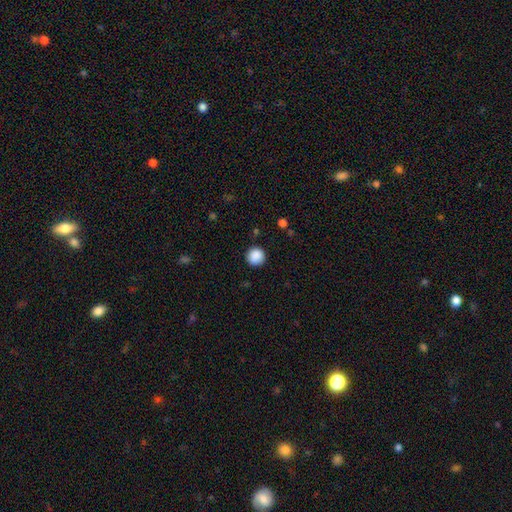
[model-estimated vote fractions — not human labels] smooth_or_featured: smooth (p=0.89) [alt: star or artifact p=0.09]
how_rounded: round (p=0.94) [alt: in between p=0.05]
merging: none (p=0.89) [alt: minor disturbance p=0.08]